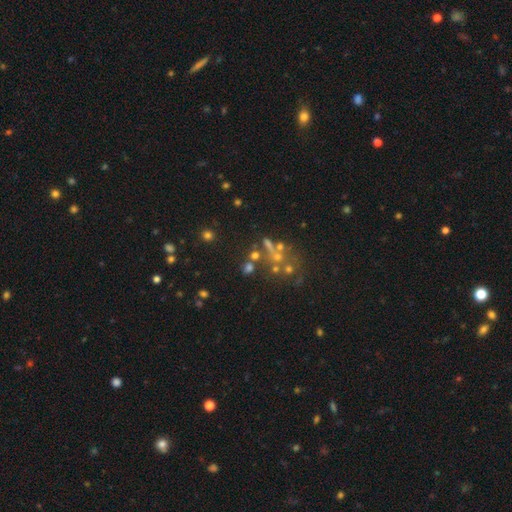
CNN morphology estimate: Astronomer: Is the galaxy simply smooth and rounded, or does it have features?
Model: star or artifact — 44% (runner-up: featured or disk, 29%).